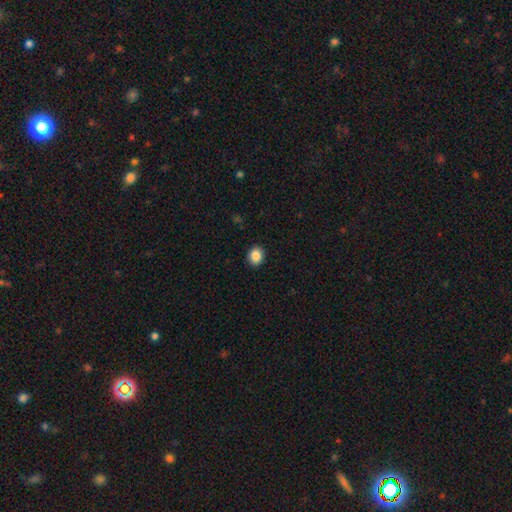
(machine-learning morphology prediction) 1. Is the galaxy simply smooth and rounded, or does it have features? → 87% smooth, 9% star or artifact, 4% featured or disk.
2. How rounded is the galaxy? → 69% round, 30% in between, 1% cigar-shaped.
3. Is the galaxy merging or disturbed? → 92% none, 6% minor disturbance, 2% major disturbance, 1% merger.